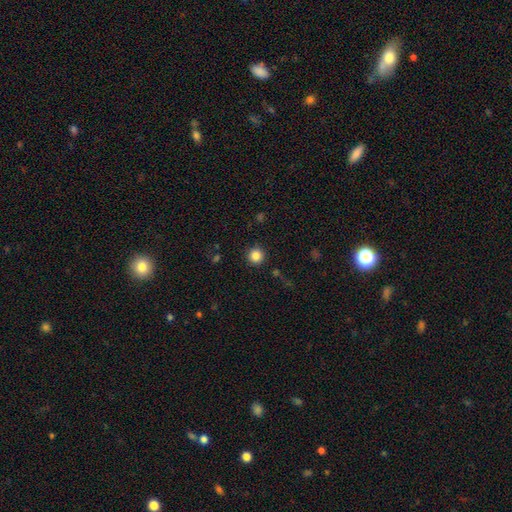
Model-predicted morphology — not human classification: Smooth or featured? Predicted: smooth (p=0.85). How rounded? Predicted: round (p=0.95). Merging? Predicted: none (p=0.90).